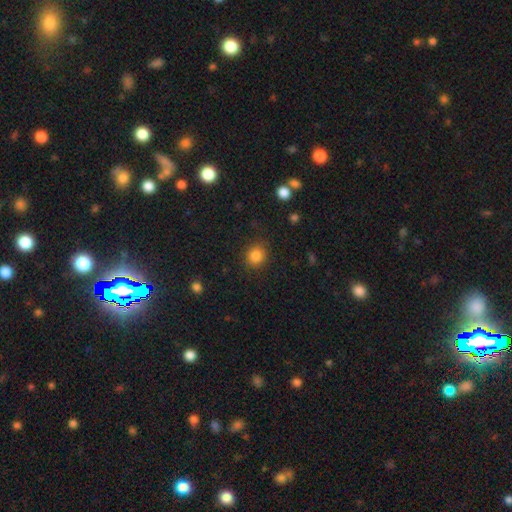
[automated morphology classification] Q: Smooth or featured?
A: smooth (84%); runner-up: star or artifact (11%)
Q: How rounded?
A: round (84%); runner-up: in between (15%)
Q: Merging?
A: none (87%); runner-up: minor disturbance (9%)